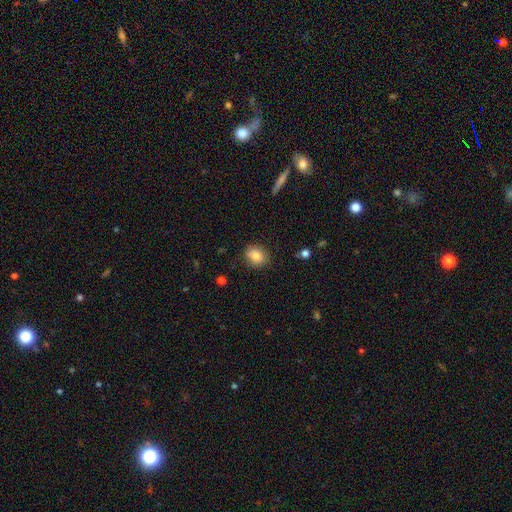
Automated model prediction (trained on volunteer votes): Smooth or featured: smooth — 83% (star or artifact — 9%)
How rounded: round — 60% (in between — 39%)
Merging: none — 81% (minor disturbance — 15%)